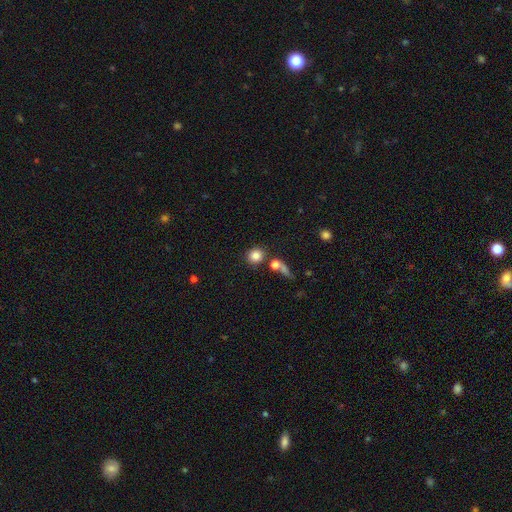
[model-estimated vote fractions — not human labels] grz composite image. It shows a smooth galaxy with no disk features (82%) that is round (87%). Merging: none (74%).